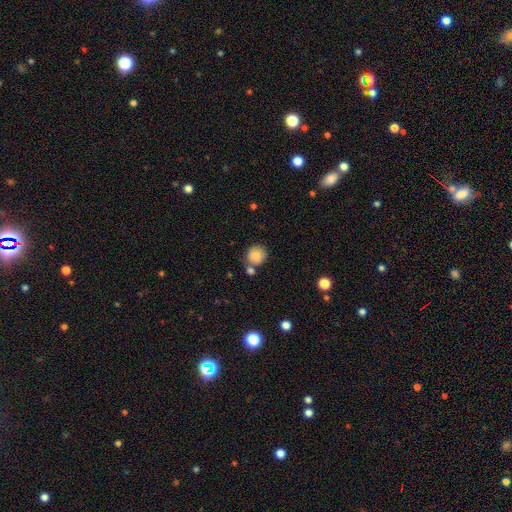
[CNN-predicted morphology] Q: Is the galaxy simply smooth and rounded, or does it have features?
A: smooth — 84%.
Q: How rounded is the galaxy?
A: round — 88%.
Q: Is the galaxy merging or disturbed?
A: none — 64%.